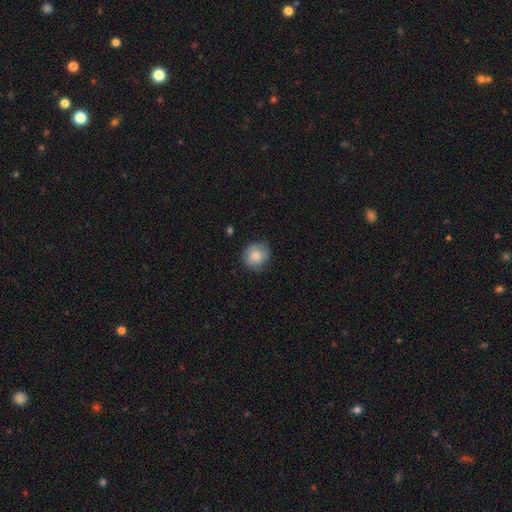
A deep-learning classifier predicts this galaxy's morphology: A smooth galaxy with no disk features (83%) that is round (85%). Merging: none (79%).